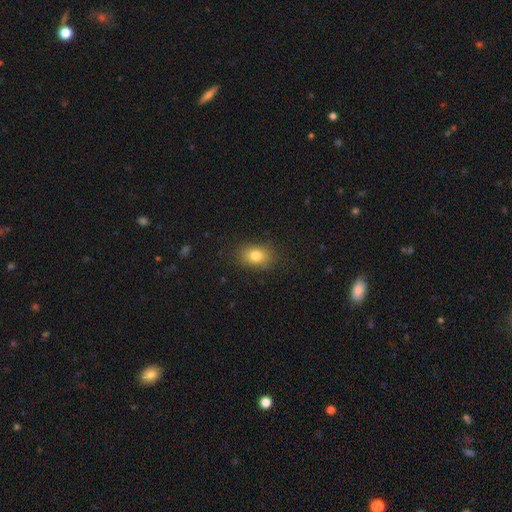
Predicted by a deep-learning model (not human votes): Smooth or featured?
  - smooth: 81% *
  - star or artifact: 10%
  - featured or disk: 9%
How rounded?
  - in between: 69% *
  - round: 30%
  - cigar-shaped: 1%
Merging?
  - none: 84% *
  - minor disturbance: 11%
  - major disturbance: 3%
  - merger: 1%